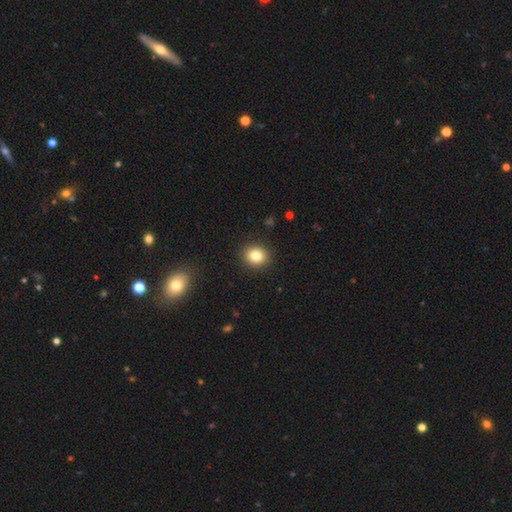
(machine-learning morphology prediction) A smooth galaxy with no disk features (82%) that is round (78%). Merging: none (91%).